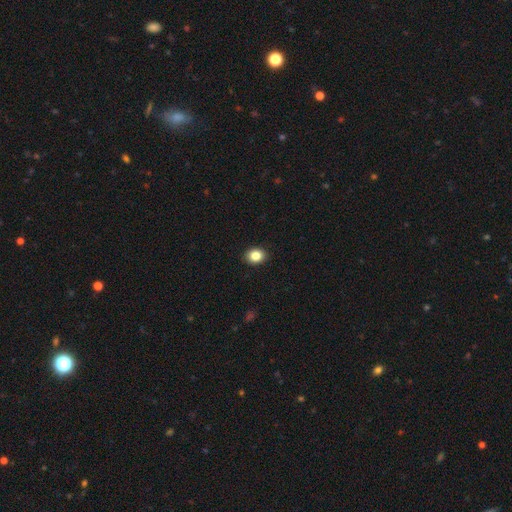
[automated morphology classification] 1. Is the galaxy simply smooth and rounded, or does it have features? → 85% smooth, 10% star or artifact, 5% featured or disk.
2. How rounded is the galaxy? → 51% round, 48% in between, 1% cigar-shaped.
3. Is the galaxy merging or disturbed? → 91% none, 6% minor disturbance, 2% major disturbance, 1% merger.